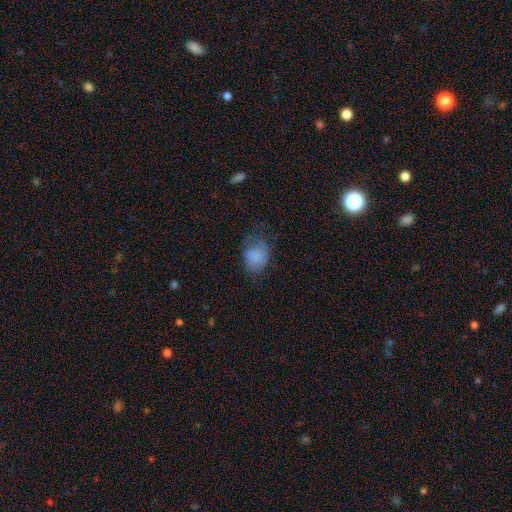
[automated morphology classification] smooth 80%, featured or disk 10%, star or artifact 10%. Down the decision tree: how rounded — in between (61%); merging — none (49%).